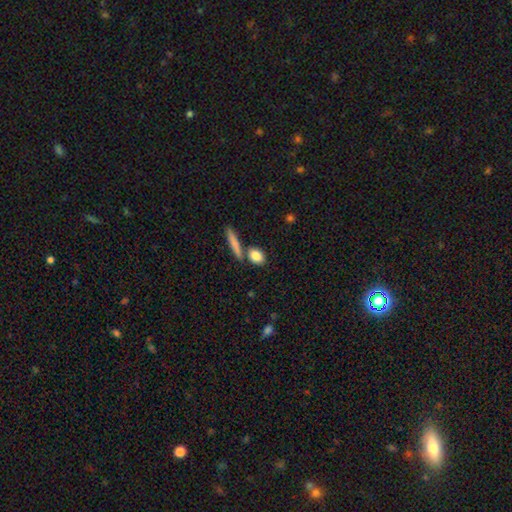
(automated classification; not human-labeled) smooth 84%, featured or disk 9%, star or artifact 7%. Down the decision tree: how rounded — in between (57%); merging — none (70%).